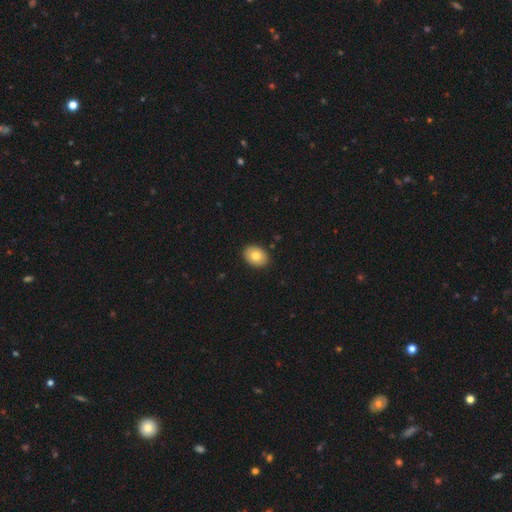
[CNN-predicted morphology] Smooth or featured: smooth — 80% (featured or disk — 13%)
How rounded: in between — 73% (round — 26%)
Merging: none — 90% (minor disturbance — 7%)